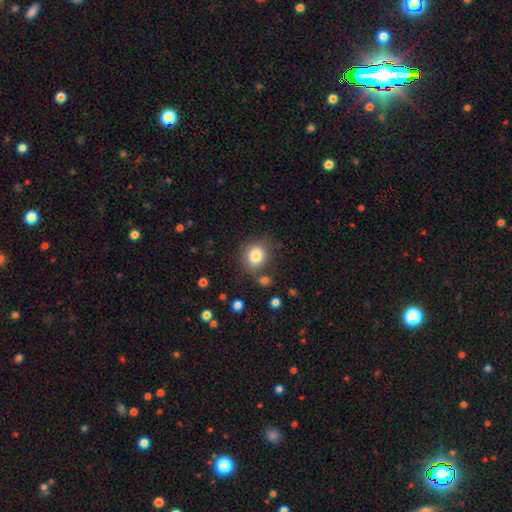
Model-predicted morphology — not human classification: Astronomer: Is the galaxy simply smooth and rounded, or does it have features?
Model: smooth — 83%.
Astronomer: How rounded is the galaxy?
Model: round — 68%.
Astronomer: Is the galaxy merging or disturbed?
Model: none — 76%.